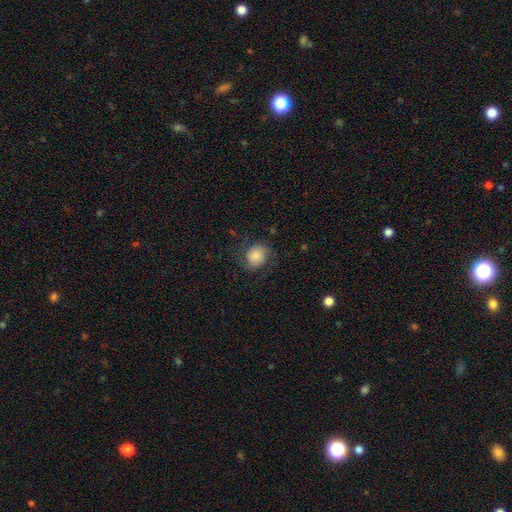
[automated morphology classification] This is likely a smooth galaxy (74%). How rounded: likely round (64%). Merging: likely none (70%).